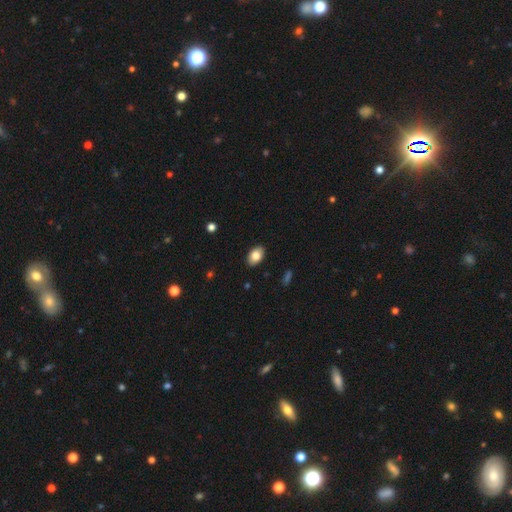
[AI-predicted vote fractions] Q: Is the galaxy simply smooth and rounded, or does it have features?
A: smooth — 83%.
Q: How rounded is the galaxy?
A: in between — 89%.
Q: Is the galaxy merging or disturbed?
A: none — 89%.